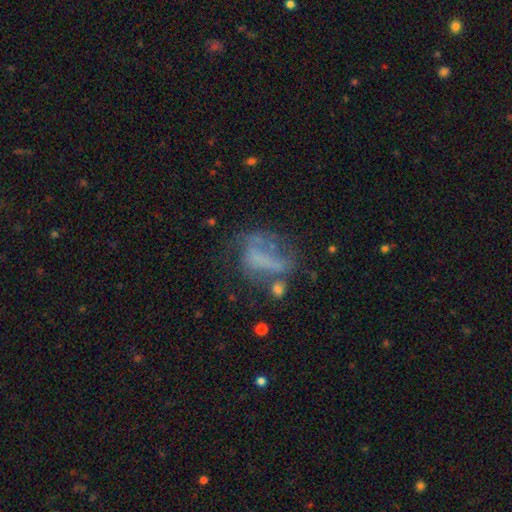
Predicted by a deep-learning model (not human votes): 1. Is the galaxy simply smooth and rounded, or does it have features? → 44% featured or disk, 40% smooth, 16% star or artifact.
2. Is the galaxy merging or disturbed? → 37% major disturbance, 32% none, 20% minor disturbance, 11% merger.